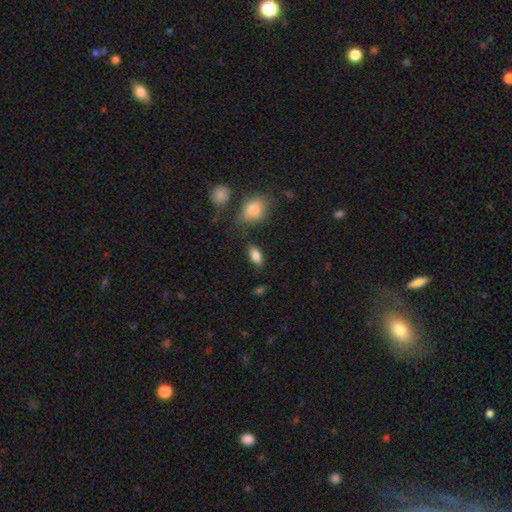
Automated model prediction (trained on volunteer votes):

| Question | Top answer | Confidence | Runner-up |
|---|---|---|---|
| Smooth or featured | smooth | 84% | star or artifact (8%) |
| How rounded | in between | 89% | cigar-shaped (6%) |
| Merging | none | 78% | minor disturbance (14%) |